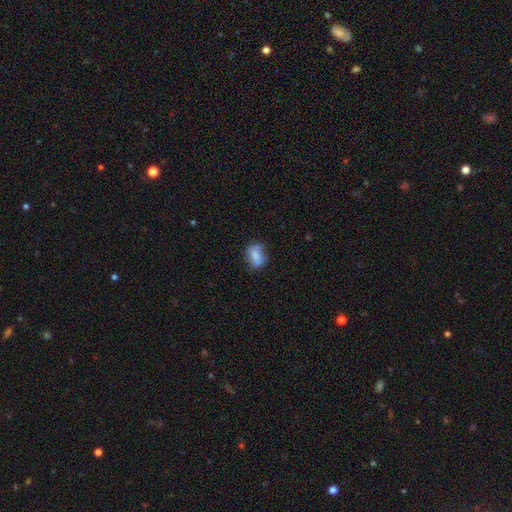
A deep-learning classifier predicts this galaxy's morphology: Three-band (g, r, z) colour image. It shows a smooth galaxy with no disk features (71%) that is in between round and cigar-shaped (67%). Merging: none (66%).